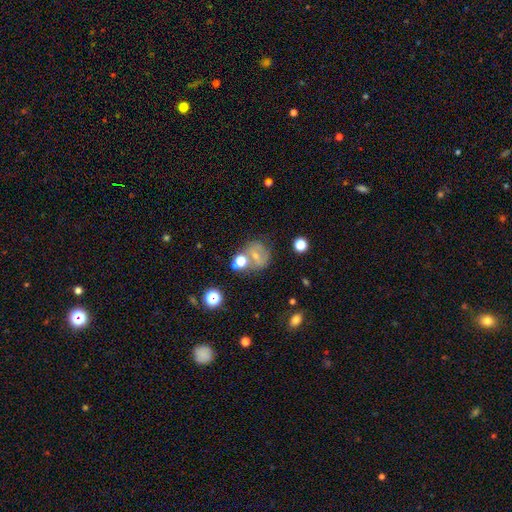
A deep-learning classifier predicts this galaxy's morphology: type=smooth (45%); merging=none (52%).